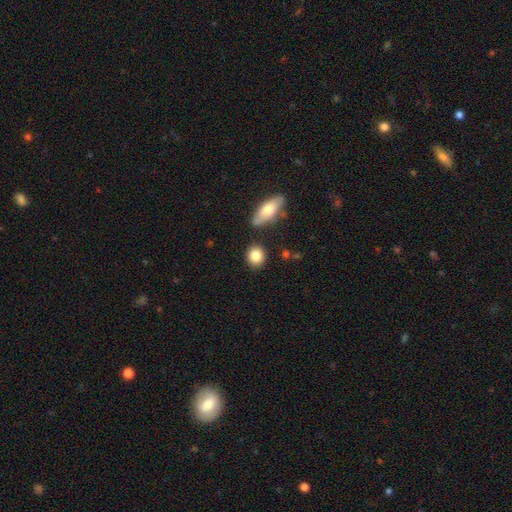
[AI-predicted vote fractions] Morphology: type=smooth (84%); roundness=round (70%); merging=none (82%).